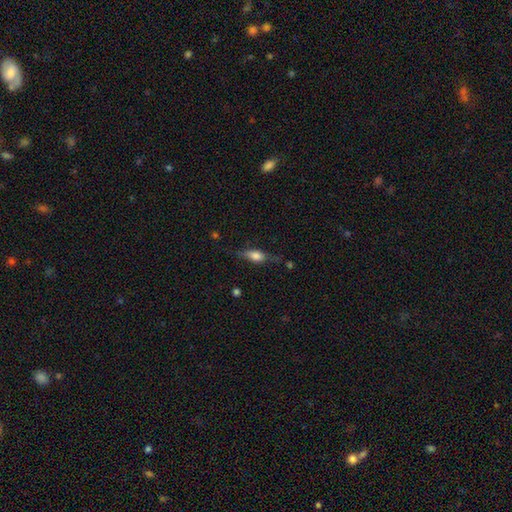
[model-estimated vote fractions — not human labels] This is possibly a smooth galaxy (54%). How rounded: likely in between (64%). Merging: likely none (65%).